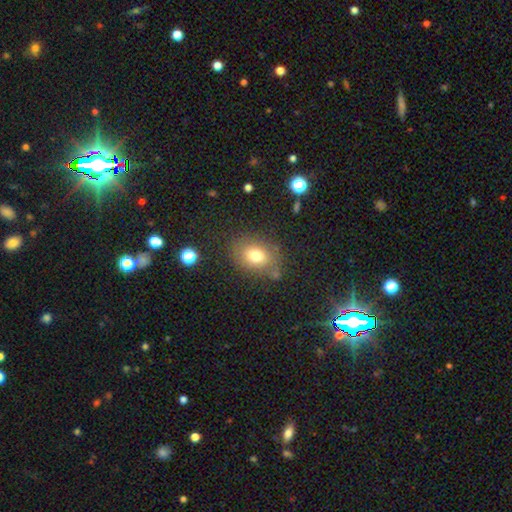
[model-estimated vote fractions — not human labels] Smooth or featured? Predicted: smooth (p=0.75). How rounded? Predicted: in between (p=0.63). Merging? Predicted: none (p=0.75).